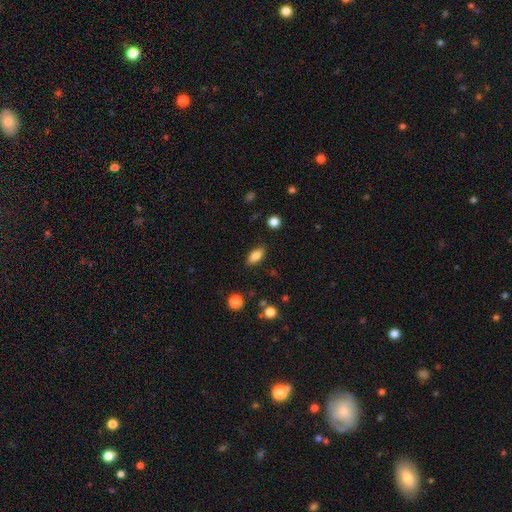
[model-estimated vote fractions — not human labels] This appears to be a smooth galaxy with no disk features (84%) that is in between round and cigar-shaped (87%). Merging: none (86%).